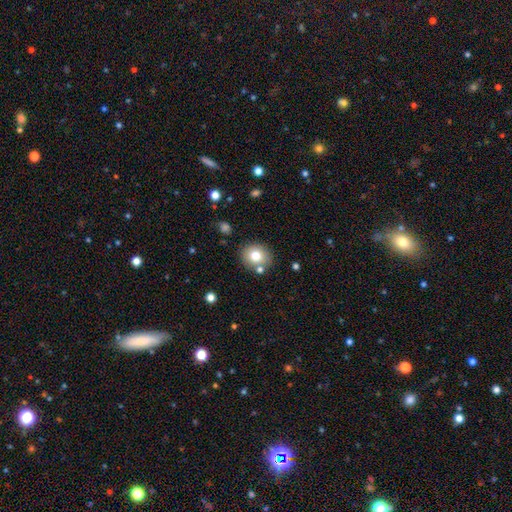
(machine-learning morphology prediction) Smooth or featured?
  - smooth: 77% *
  - featured or disk: 13%
  - star or artifact: 10%
How rounded?
  - round: 72% *
  - in between: 27%
  - cigar-shaped: 1%
Merging?
  - none: 80% *
  - minor disturbance: 10%
  - merger: 7%
  - major disturbance: 3%